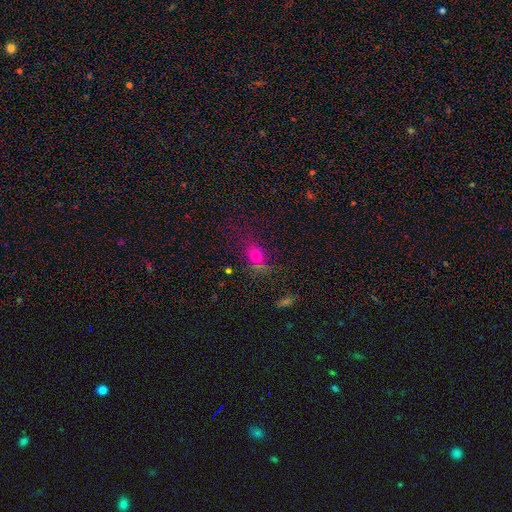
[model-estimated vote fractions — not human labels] Smooth or featured? Predicted: smooth (p=0.68). How rounded? Predicted: in between (p=0.50). Merging? Predicted: none (p=0.70).